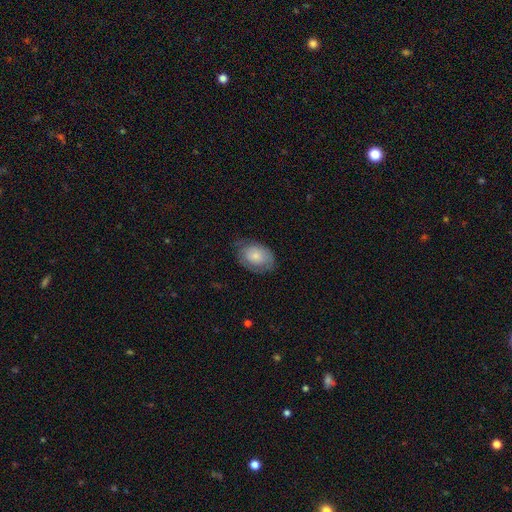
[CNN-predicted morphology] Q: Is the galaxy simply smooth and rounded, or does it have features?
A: smooth — 69%.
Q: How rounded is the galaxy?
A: in between — 79%.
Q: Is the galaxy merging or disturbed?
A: none — 62%.